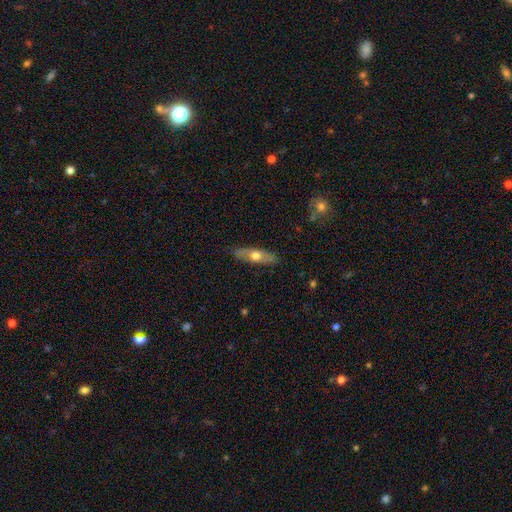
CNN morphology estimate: This is possibly a smooth galaxy (50%). How rounded: possibly in between (49%). Merging: clearly none (85%).